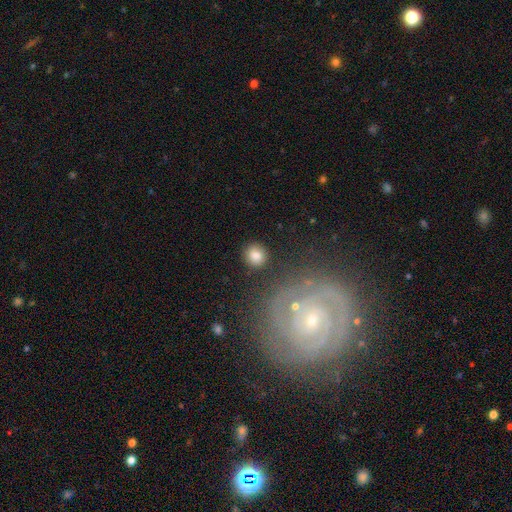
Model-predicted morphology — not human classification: smooth-or-featured: smooth: 83% | star or artifact: 10% | featured or disk: 7%
  how-rounded: round: 86% | in between: 13% | cigar-shaped: 1%
  merging: none: 85% | minor disturbance: 8% | merger: 3% | major disturbance: 3%